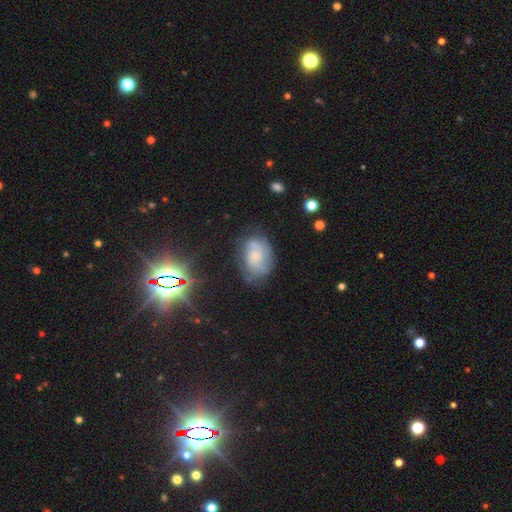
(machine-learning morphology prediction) featured or disk 49%, smooth 37%, star or artifact 14%. Down the decision tree: merging — none (58%).